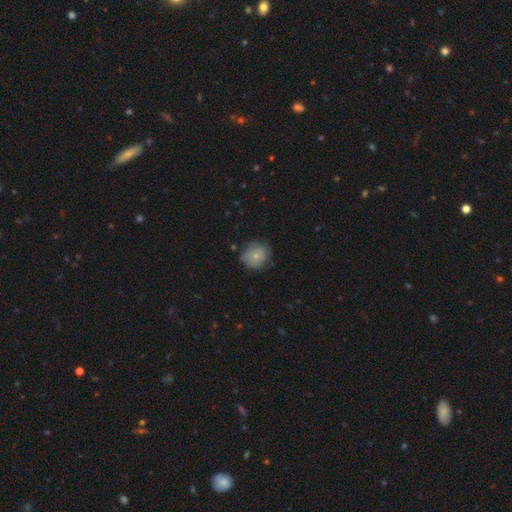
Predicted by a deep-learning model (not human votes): Smooth or featured? smooth (72%)
How rounded? round (81%)
Merging? none (70%)